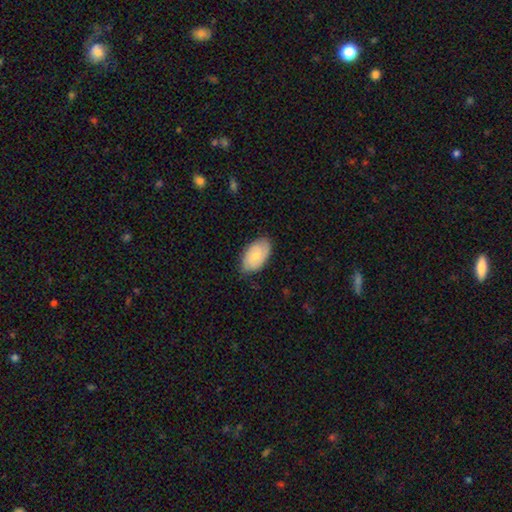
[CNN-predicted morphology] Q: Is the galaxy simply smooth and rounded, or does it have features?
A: smooth — 54%.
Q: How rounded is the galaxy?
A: in between — 93%.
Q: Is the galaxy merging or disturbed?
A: none — 78%.